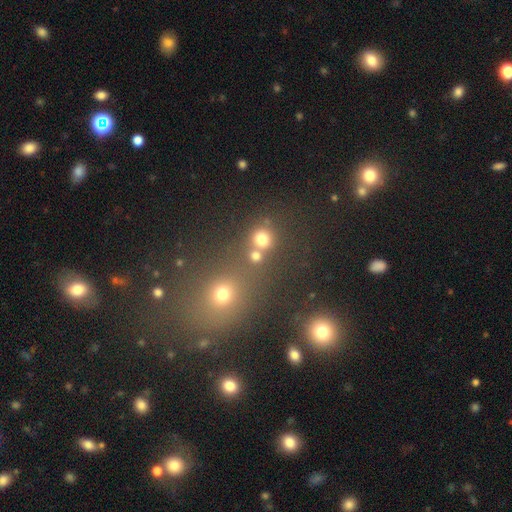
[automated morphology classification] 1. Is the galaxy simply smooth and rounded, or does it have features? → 73% smooth, 19% star or artifact, 7% featured or disk.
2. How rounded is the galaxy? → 86% round, 13% in between, 1% cigar-shaped.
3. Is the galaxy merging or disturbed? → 60% none, 28% merger, 8% minor disturbance, 4% major disturbance.